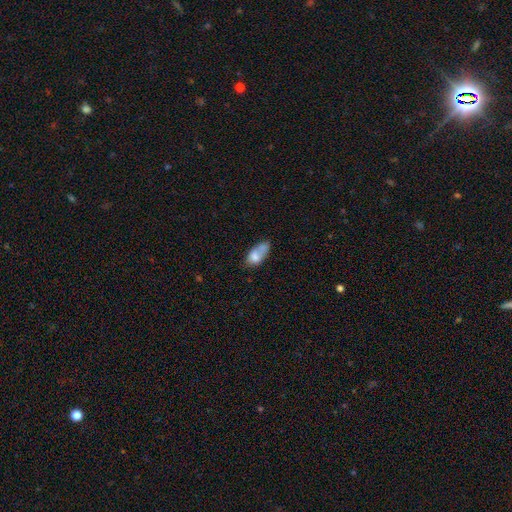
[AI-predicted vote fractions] smooth_or_featured: smooth (p=0.69) [alt: featured or disk p=0.22]
how_rounded: in between (p=0.86) [alt: cigar-shaped p=0.07]
merging: none (p=0.32) [alt: merger p=0.27]